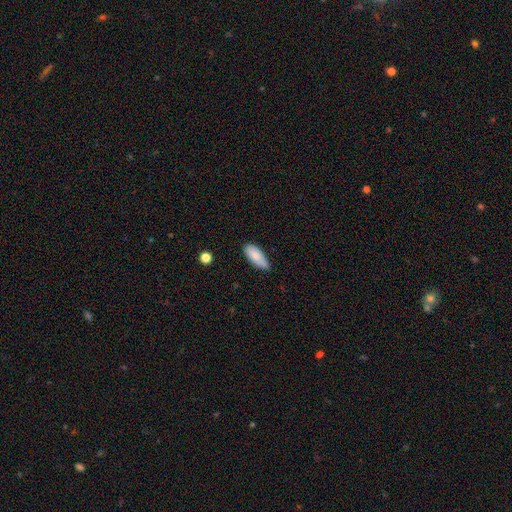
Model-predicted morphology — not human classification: smooth 85%, featured or disk 9%, star or artifact 6%. Down the decision tree: how rounded — in between (85%); merging — none (65%).